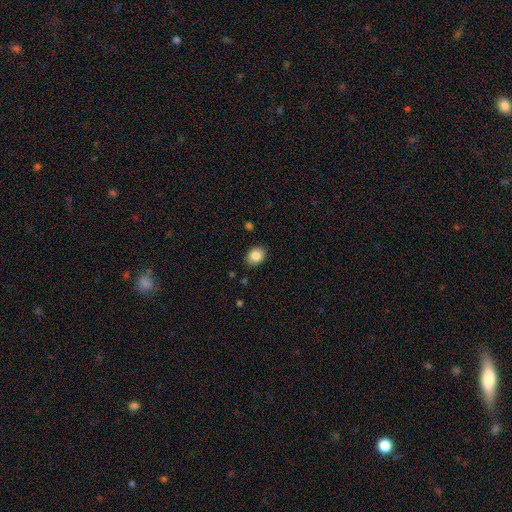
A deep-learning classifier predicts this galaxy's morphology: Smooth or featured? Predicted: smooth (p=0.85). How rounded? Predicted: in between (p=0.61). Merging? Predicted: none (p=0.87).